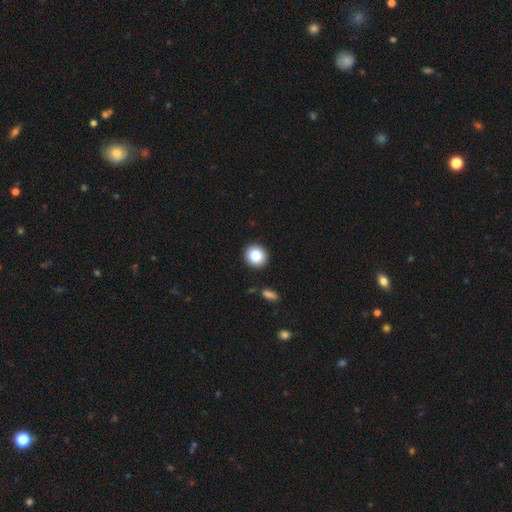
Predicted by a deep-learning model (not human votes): smooth_or_featured: smooth (p=0.86) [alt: star or artifact p=0.09]
how_rounded: round (p=0.87) [alt: in between p=0.12]
merging: none (p=0.90) [alt: minor disturbance p=0.06]